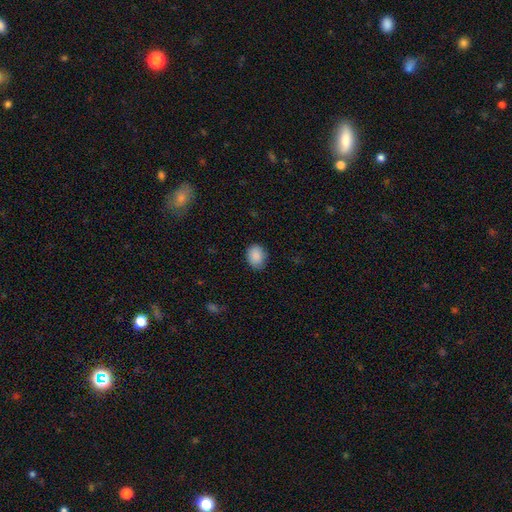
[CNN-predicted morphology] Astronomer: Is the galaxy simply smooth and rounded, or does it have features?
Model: smooth — 89%.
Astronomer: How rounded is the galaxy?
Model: in between — 57% (runner-up: round, 42%).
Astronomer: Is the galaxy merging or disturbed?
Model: none — 80%.